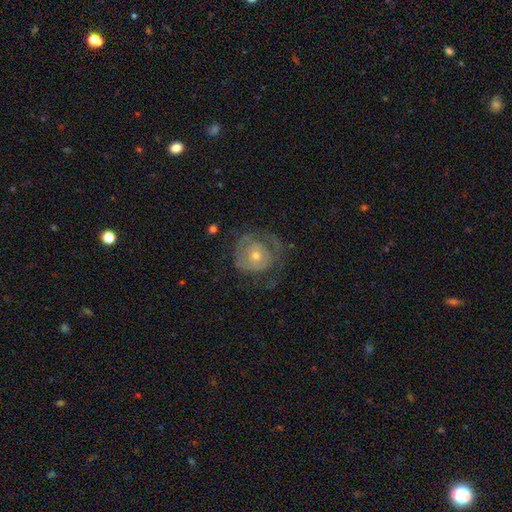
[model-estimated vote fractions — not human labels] Q: Smooth or featured?
A: featured or disk (66%); runner-up: smooth (26%)
Q: Edge-on disk?
A: no (97%); runner-up: yes (3%)
Q: Bar?
A: no (83%); runner-up: weak (14%)
Q: Spiral arms?
A: yes (64%); runner-up: no (36%)
Q: Bulge size?
A: small (49%); runner-up: moderate (47%)
Q: Merging?
A: none (57%); runner-up: major disturbance (21%)